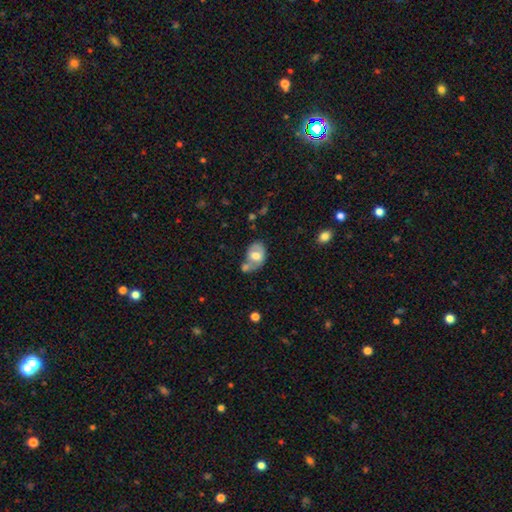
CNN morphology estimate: smooth 55%, featured or disk 37%, star or artifact 7%. Down the decision tree: how rounded — in between (76%); merging — merger (35%).